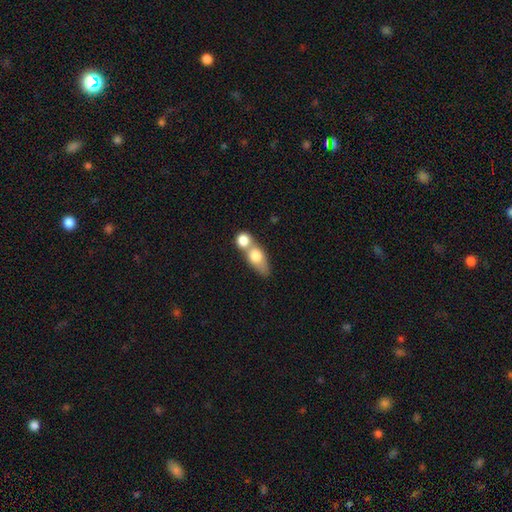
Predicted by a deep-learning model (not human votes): smooth 70%, featured or disk 22%, star or artifact 8%. Down the decision tree: how rounded — in between (60%); merging — merger (68%).